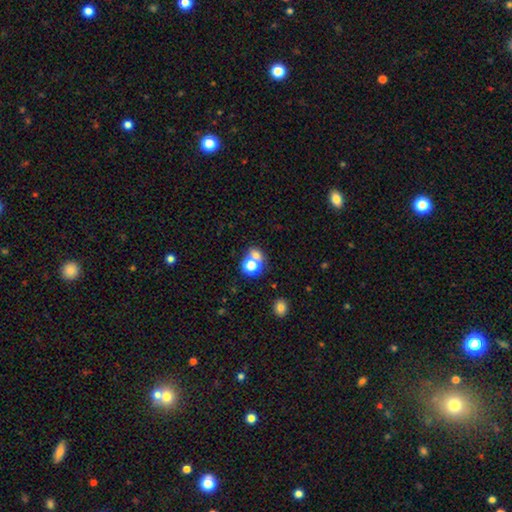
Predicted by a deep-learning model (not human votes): Overall: smooth (68%). How rounded: round (73%). Merging: merger (46%; none 42%).